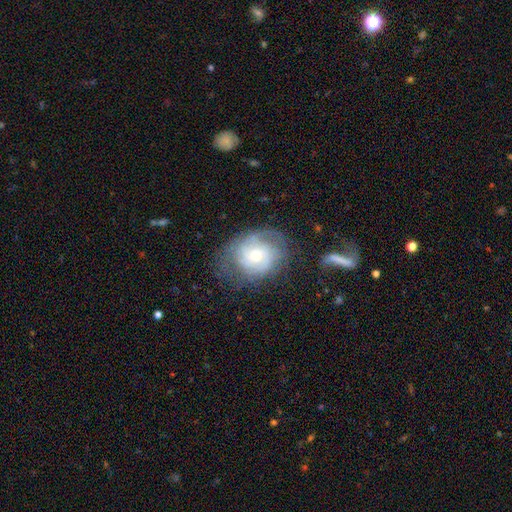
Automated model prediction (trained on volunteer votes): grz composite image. It shows a featured or disk galaxy (71%) with no bar (74%), tight (53%) spiral arms (86%) and a small central bulge (53%). Merging: none (62%).